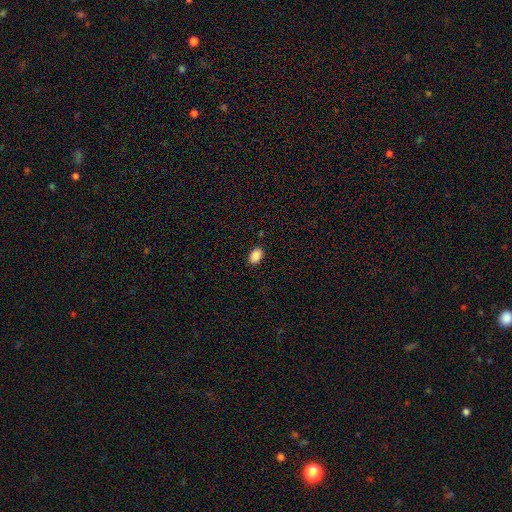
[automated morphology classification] This is clearly a smooth galaxy (88%). How rounded: clearly in between (87%). Merging: clearly none (88%).